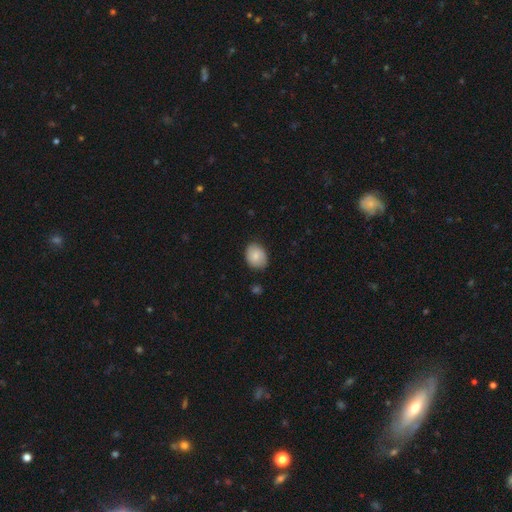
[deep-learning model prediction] Smooth or featured? smooth (82%)
How rounded? in between (58%)
Merging? none (81%)